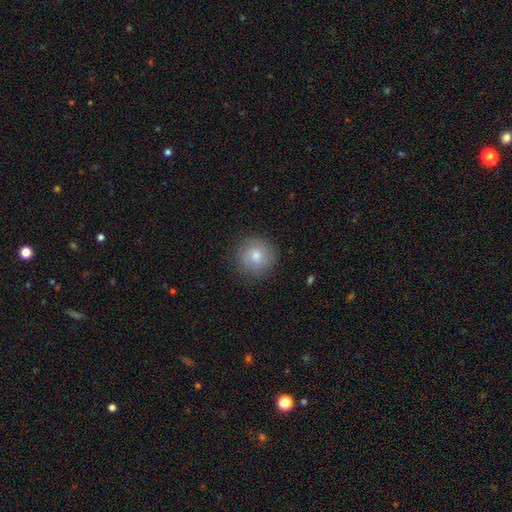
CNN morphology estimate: type=smooth (74%); roundness=round (94%); merging=none (85%).